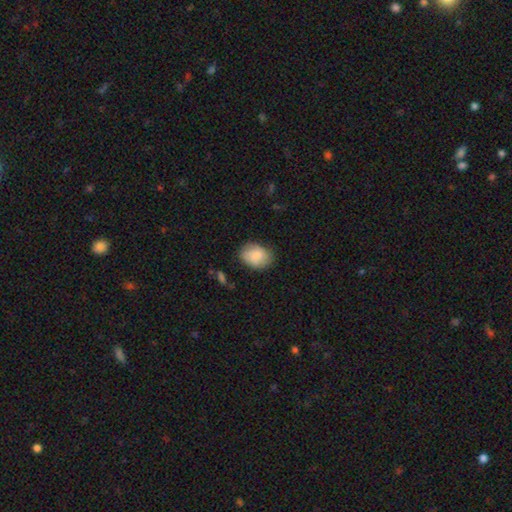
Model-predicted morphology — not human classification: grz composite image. It shows a smooth galaxy with no disk features (80%) that is in between round and cigar-shaped (74%). Merging: none (76%).